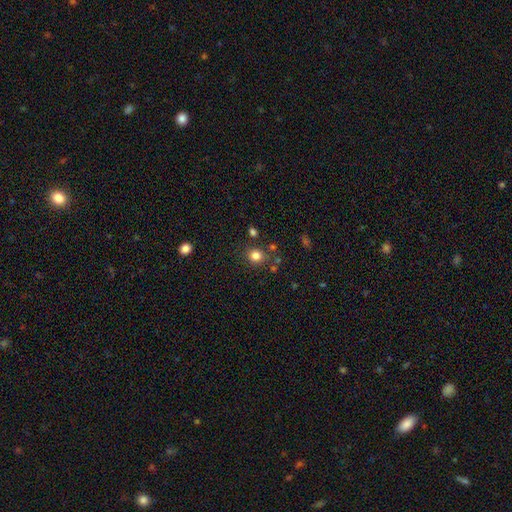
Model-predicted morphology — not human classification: Smooth or featured: smooth — 82% (star or artifact — 13%)
How rounded: round — 85% (in between — 15%)
Merging: none — 81% (minor disturbance — 10%)